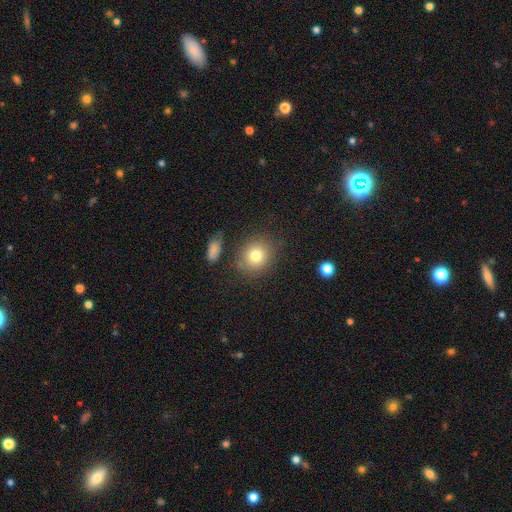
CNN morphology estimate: This is likely a smooth galaxy (79%). How rounded: likely round (74%). Merging: likely none (78%).